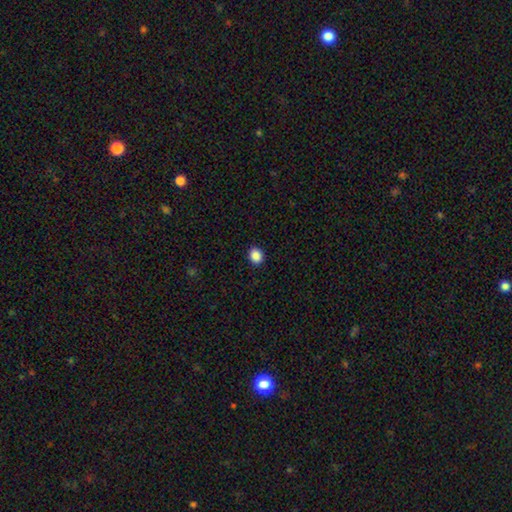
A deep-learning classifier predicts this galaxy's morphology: type=smooth (88%); roundness=round (60%); merging=none (91%).